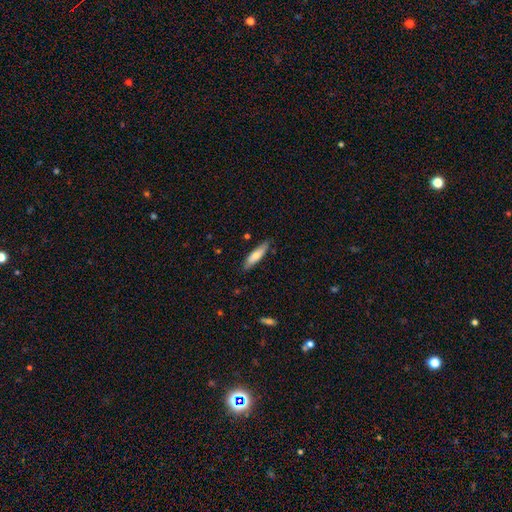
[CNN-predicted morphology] Overall: smooth (69%). How rounded: cigar-shaped (70%). Merging: none (83%).